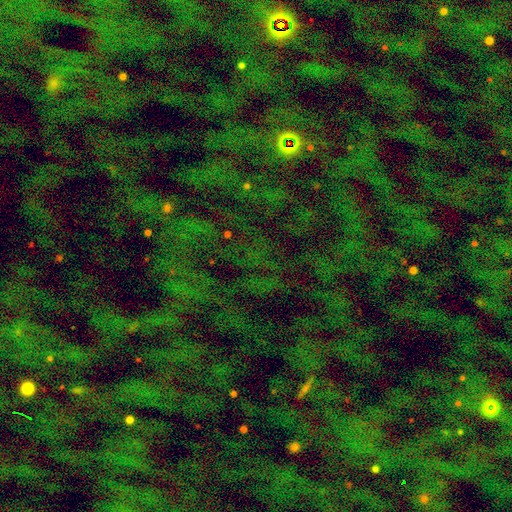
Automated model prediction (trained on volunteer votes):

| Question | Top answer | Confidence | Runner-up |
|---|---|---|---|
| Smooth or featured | star or artifact | 74% | smooth (15%) |